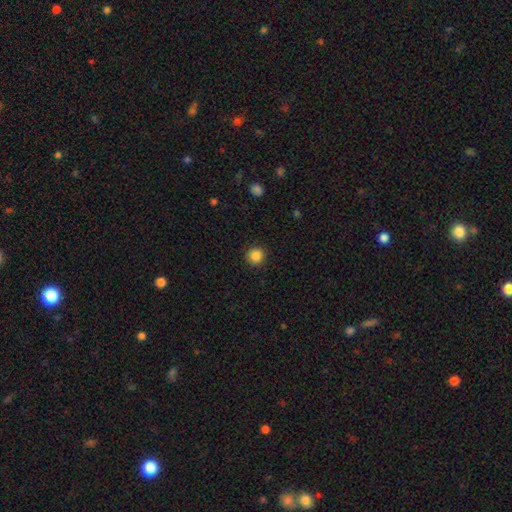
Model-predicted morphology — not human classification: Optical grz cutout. It shows a smooth galaxy with no disk features (86%) that is round (95%). Merging: none (92%).